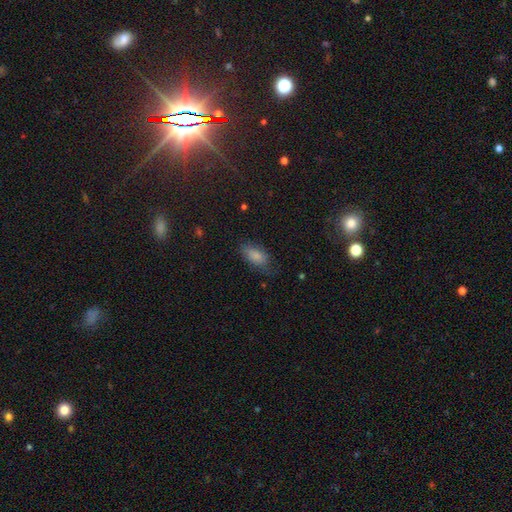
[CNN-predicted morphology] Overall: smooth (81%). How rounded: in between (90%). Merging: none (65%; minor disturbance 25%).